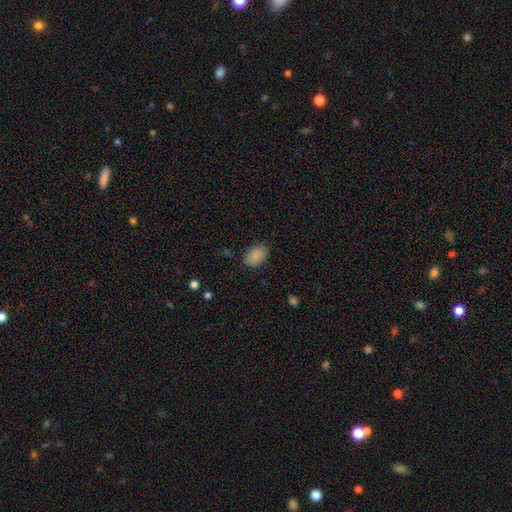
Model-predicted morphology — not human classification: Overall: smooth (87%). How rounded: in between (87%). Merging: none (83%).